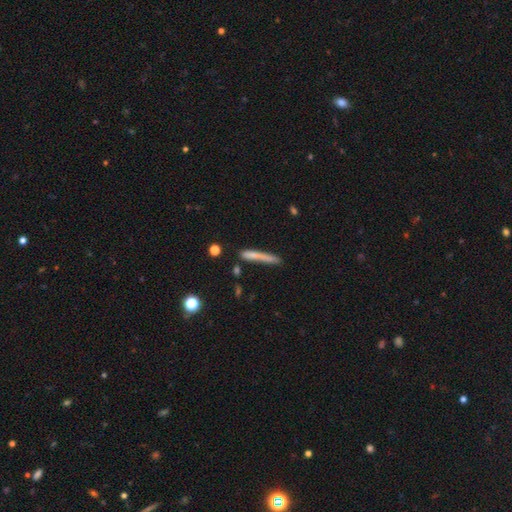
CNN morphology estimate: Q: Smooth or featured?
A: smooth (68%); runner-up: featured or disk (24%)
Q: How rounded?
A: cigar-shaped (95%); runner-up: in between (3%)
Q: Merging?
A: none (69%); runner-up: minor disturbance (19%)